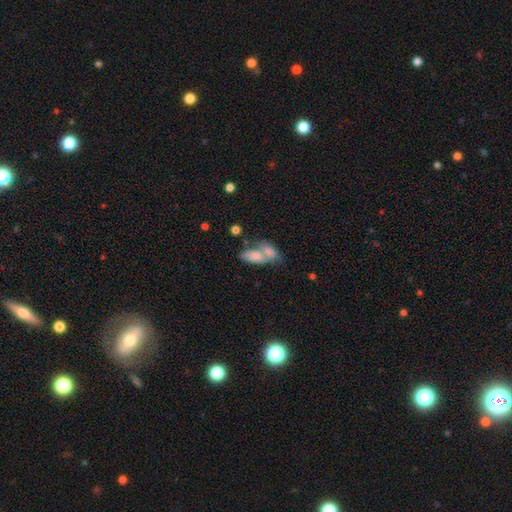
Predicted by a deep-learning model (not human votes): A smooth galaxy with no disk features (67%) that is in between round and cigar-shaped (82%). Merging: merger (60%).